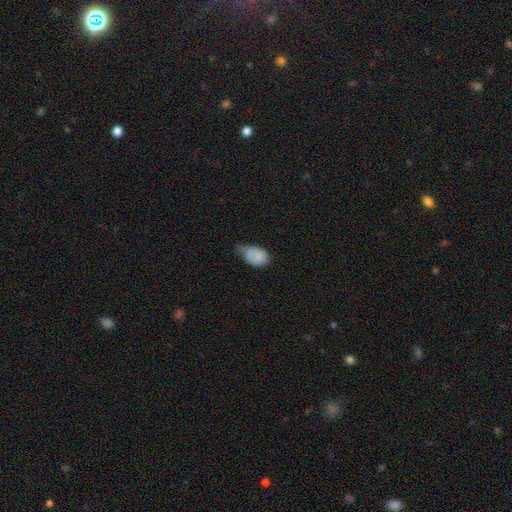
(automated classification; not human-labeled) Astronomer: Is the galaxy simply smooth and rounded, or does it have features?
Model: smooth — 80%.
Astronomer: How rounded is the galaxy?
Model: in between — 78%.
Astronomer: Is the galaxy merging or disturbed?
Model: minor disturbance — 51%.